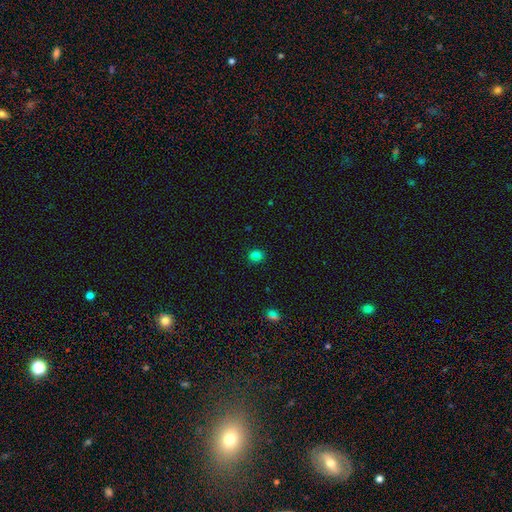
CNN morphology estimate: smooth_or_featured: smooth (p=0.76) [alt: star or artifact p=0.18]
how_rounded: round (p=0.64) [alt: in between p=0.35]
merging: none (p=0.85) [alt: minor disturbance p=0.10]